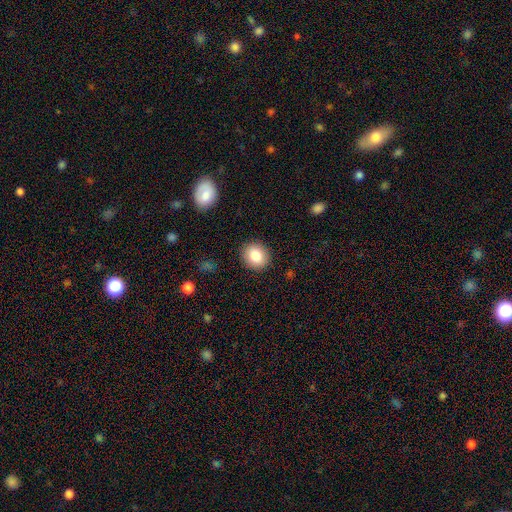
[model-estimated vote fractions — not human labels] Q: Smooth or featured?
A: smooth (84%); runner-up: star or artifact (9%)
Q: How rounded?
A: round (78%); runner-up: in between (21%)
Q: Merging?
A: none (90%); runner-up: minor disturbance (7%)